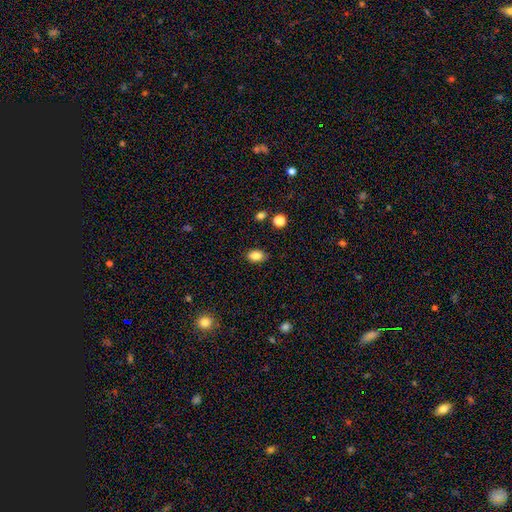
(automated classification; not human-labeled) Smooth or featured? Predicted: smooth (p=0.85). How rounded? Predicted: in between (p=0.86). Merging? Predicted: none (p=0.84).